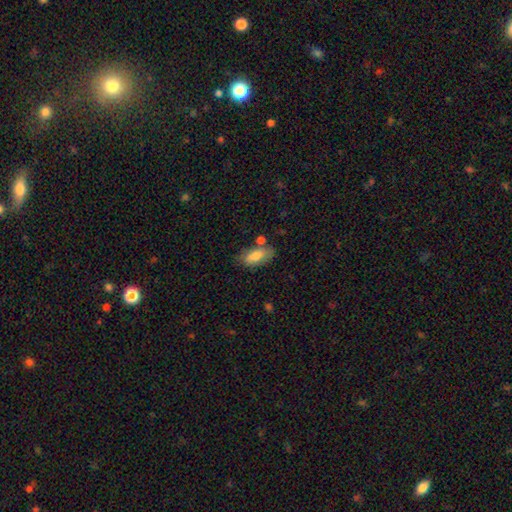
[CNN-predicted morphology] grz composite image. It shows a smooth galaxy with no disk features (76%) that is in between round and cigar-shaped (85%). Merging: none (66%).